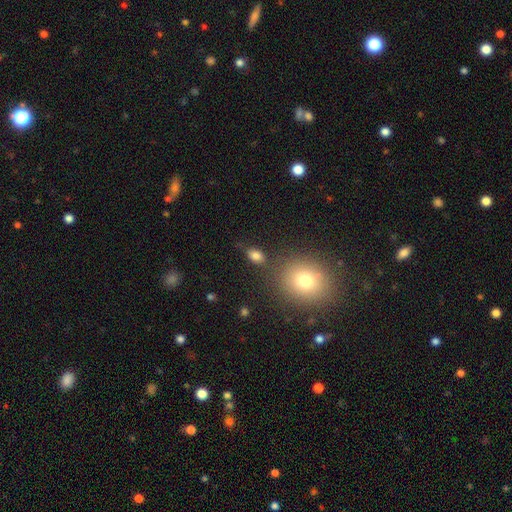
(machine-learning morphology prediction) This is clearly a smooth galaxy (81%). How rounded: clearly in between (81%). Merging: likely none (73%).